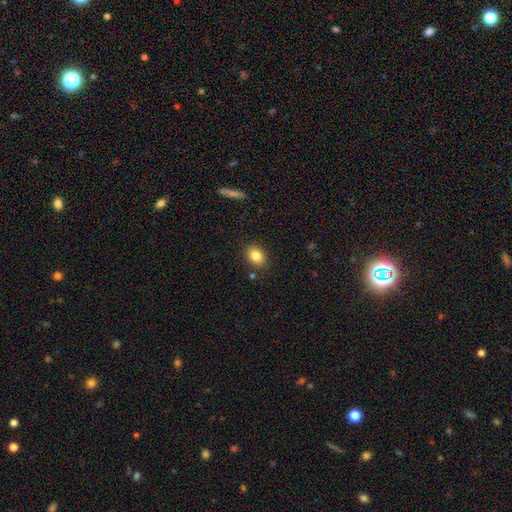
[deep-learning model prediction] Smooth or featured? Predicted: smooth (p=0.83). How rounded? Predicted: in between (p=0.63). Merging? Predicted: none (p=0.86).